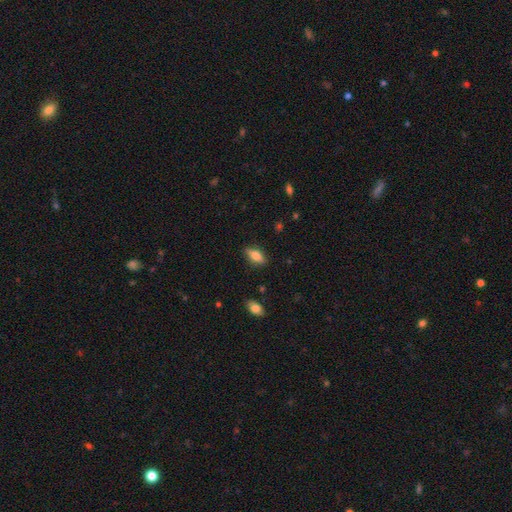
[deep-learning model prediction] This is likely a smooth galaxy (72%). How rounded: clearly in between (80%). Merging: clearly none (84%).